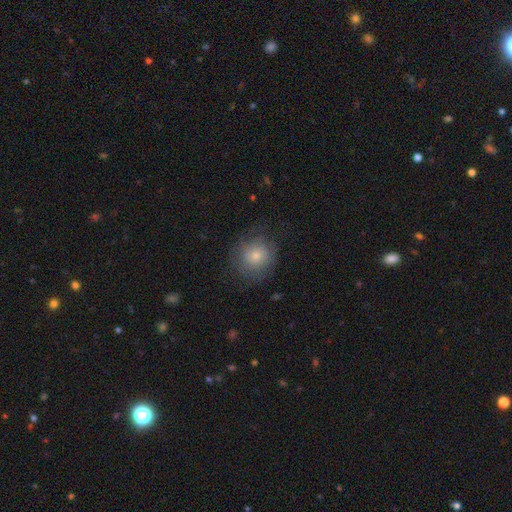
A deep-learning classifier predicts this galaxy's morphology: Overall: smooth (69%). How rounded: round (86%). Merging: none (70%).